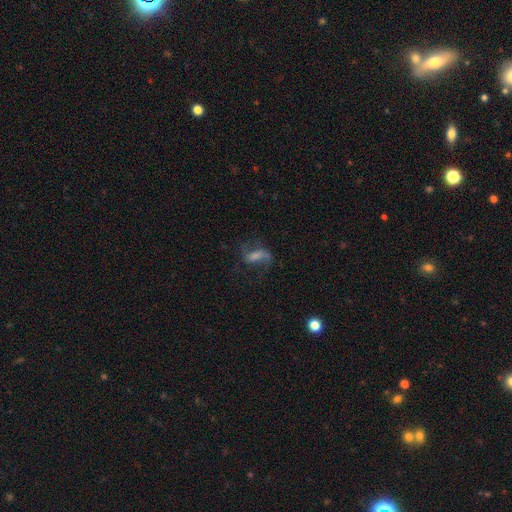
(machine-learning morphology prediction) Smooth or featured? featured or disk (70%)
Edge-on disk? no (94%)
Bar? weak (44%)
Spiral arms? yes (90%)
Spiral winding? loose (65%)
Spiral arm count? 2 (81%)
Bulge size? small (34%)
Merging? none (60%)